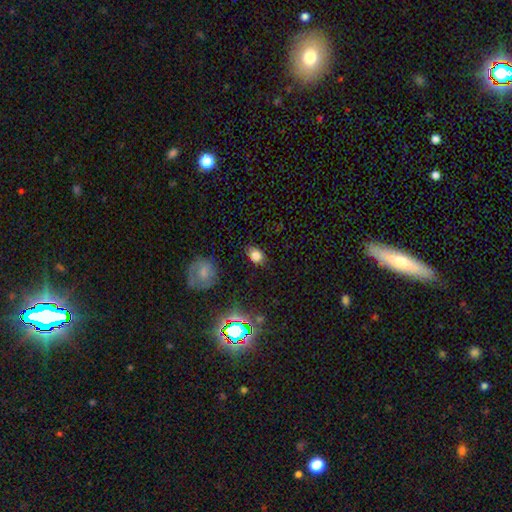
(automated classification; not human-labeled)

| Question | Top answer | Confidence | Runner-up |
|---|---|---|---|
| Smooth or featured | smooth | 78% | star or artifact (15%) |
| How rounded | in between | 66% | round (32%) |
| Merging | none | 82% | minor disturbance (13%) |